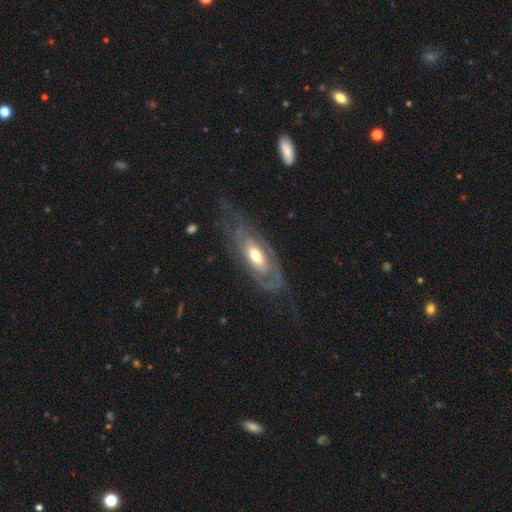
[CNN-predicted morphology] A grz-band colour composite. It shows a featured or disk galaxy (71%) with no bar (73%), spiral arms (68%) and a moderate central bulge (59%). Merging: none (56%).